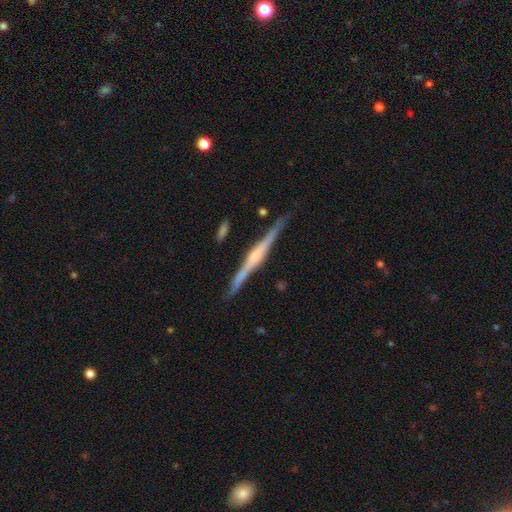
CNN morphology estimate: A featured or disk galaxy (81%) viewed edge-on (98%) with a rounded central bulge (64%). Merging: none (86%).